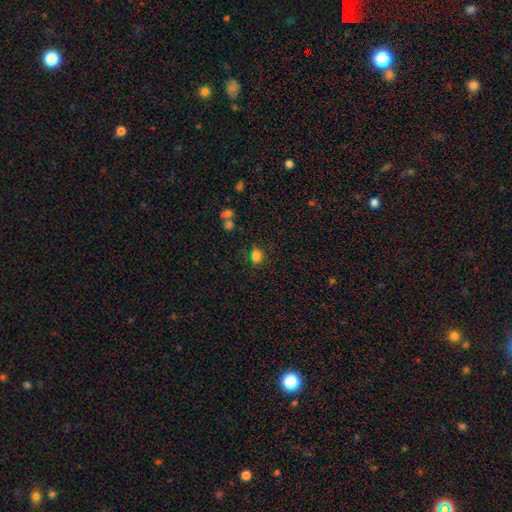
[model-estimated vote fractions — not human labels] This is likely a smooth galaxy (78%). How rounded: possibly round (51%). Merging: likely none (73%).